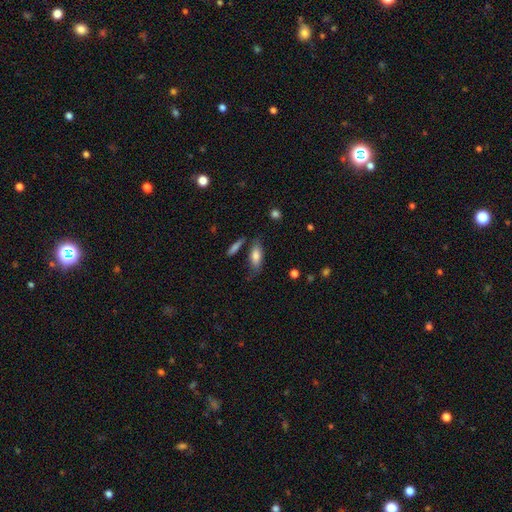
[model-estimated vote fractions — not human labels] Smooth or featured?
  - smooth: 76% *
  - featured or disk: 17%
  - star or artifact: 7%
How rounded?
  - in between: 71% *
  - cigar-shaped: 27%
  - round: 3%
Merging?
  - none: 69% *
  - minor disturbance: 19%
  - merger: 6%
  - major disturbance: 6%